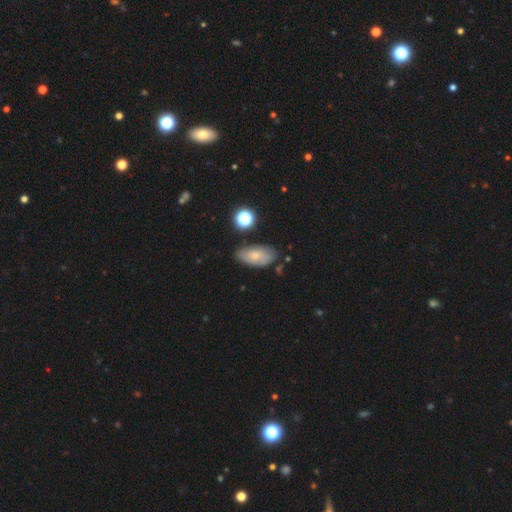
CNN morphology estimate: type=smooth (58%); roundness=in between (91%); merging=none (69%).